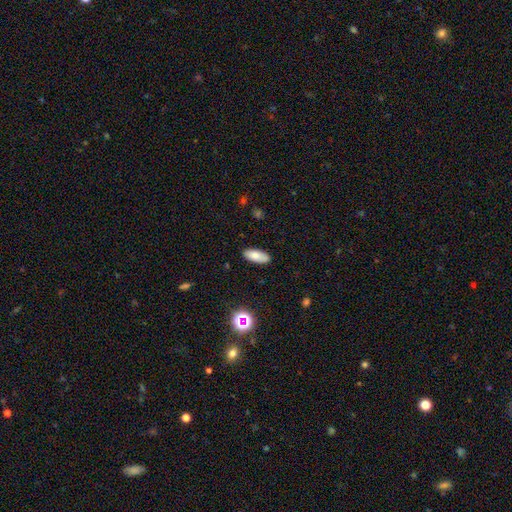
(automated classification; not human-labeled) This is clearly a smooth galaxy (81%). How rounded: clearly in between (83%). Merging: clearly none (87%).